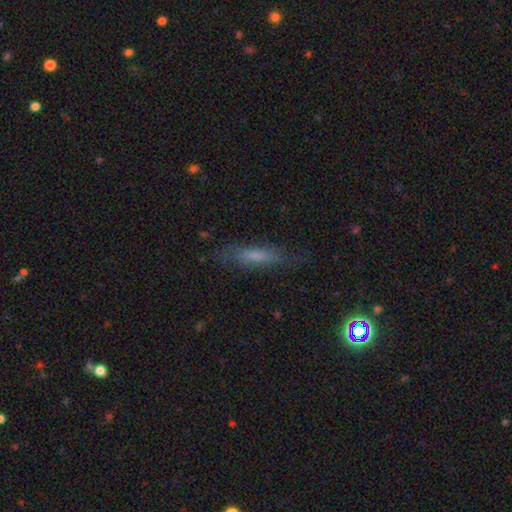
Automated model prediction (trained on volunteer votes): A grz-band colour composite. It shows a smooth galaxy with no disk features (54%) that is cigar-shaped (77%). Merging: none (74%).